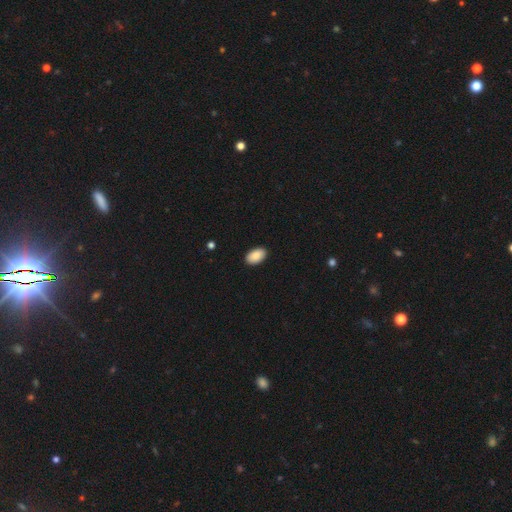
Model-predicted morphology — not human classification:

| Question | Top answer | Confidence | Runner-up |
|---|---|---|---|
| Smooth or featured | smooth | 89% | star or artifact (7%) |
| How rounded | in between | 94% | round (5%) |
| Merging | none | 90% | minor disturbance (7%) |